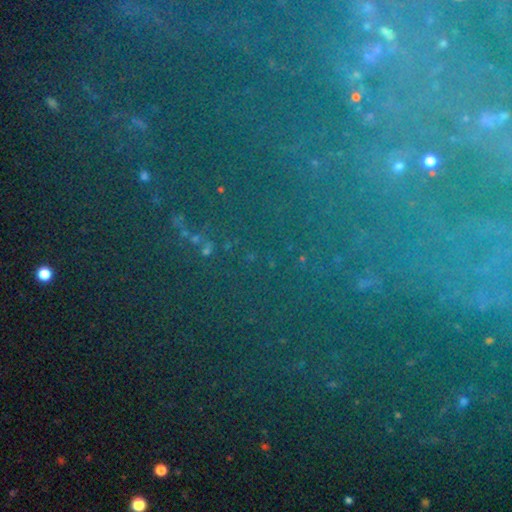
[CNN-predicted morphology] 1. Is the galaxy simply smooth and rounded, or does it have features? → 71% star or artifact, 15% featured or disk, 14% smooth.